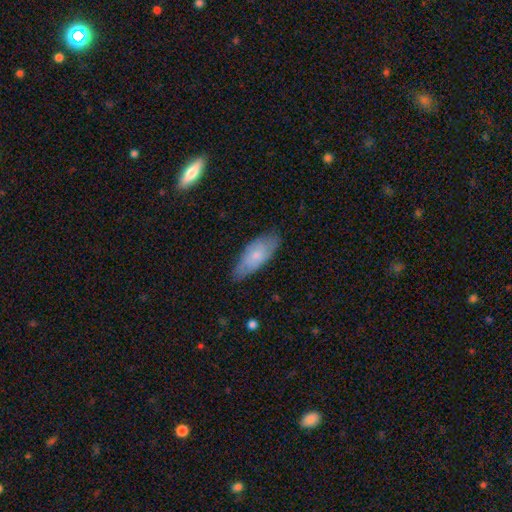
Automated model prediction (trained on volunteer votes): smooth-or-featured: smooth: 64% | featured or disk: 30% | star or artifact: 6%
  how-rounded: in between: 78% | cigar-shaped: 20% | round: 2%
  merging: none: 73% | minor disturbance: 22% | major disturbance: 4% | merger: 1%